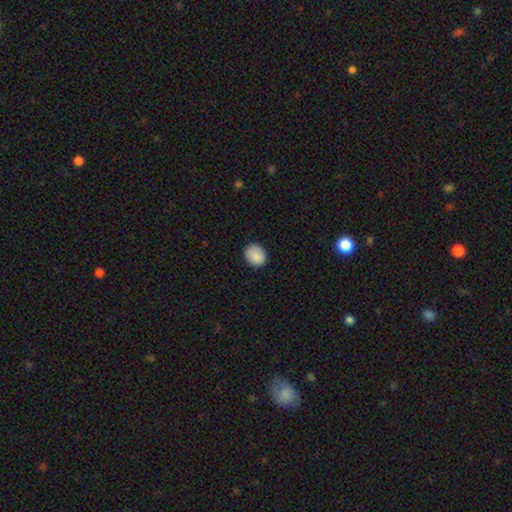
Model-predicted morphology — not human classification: The model was most divided on "how rounded": in between: 50%, round: 49%, cigar-shaped: 1%. More confident: smooth or featured — smooth (89%); merging — none (84%).